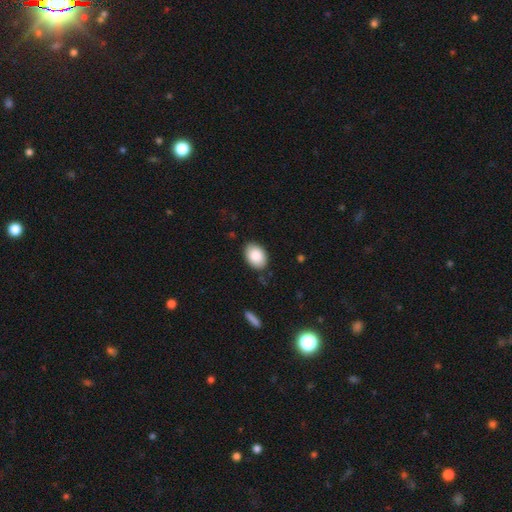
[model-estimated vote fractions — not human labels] This is clearly a smooth galaxy (88%). How rounded: clearly in between (84%). Merging: clearly none (86%).